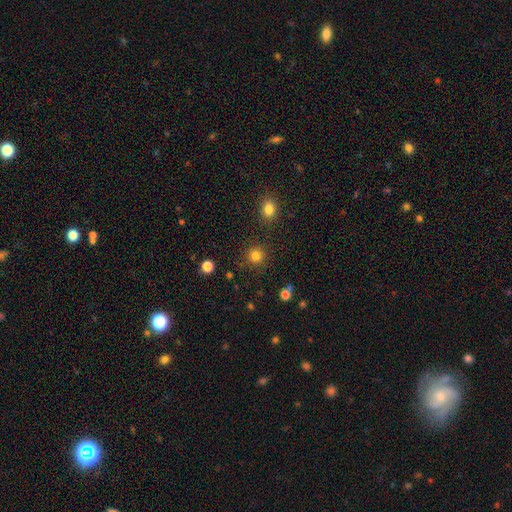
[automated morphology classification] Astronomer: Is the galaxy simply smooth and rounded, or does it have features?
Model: smooth — 83%.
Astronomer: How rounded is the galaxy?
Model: round — 93%.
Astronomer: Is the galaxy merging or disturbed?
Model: none — 88%.